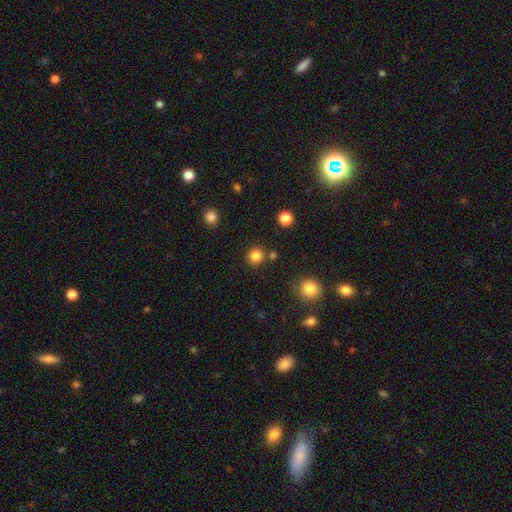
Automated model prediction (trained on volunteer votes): A smooth galaxy with no disk features (83%) that is round (90%). Merging: none (83%).